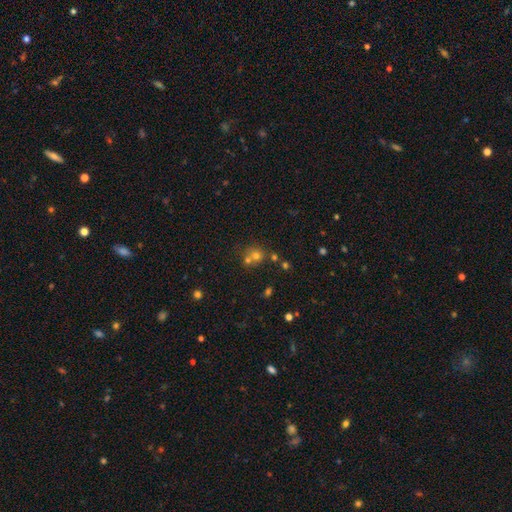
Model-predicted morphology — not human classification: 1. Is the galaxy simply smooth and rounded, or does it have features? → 60% smooth, 25% star or artifact, 15% featured or disk.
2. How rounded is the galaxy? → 83% round, 16% in between, 1% cigar-shaped.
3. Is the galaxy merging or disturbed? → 50% none, 38% merger, 8% minor disturbance, 4% major disturbance.